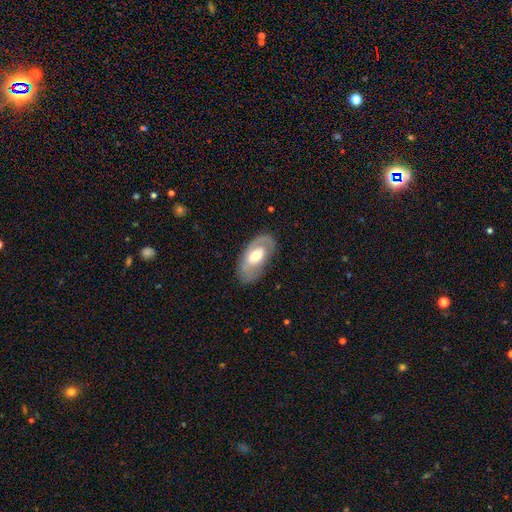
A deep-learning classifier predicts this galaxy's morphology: smooth-or-featured: featured or disk: 59% | smooth: 36% | star or artifact: 6%
  disk-edge-on: no: 91% | yes: 9%
    bar: no: 57% | weak: 33% | strong: 11%
    has-spiral-arms: yes: 61% | no: 39%
    bulge-size: moderate: 62% | large: 20% | small: 15% | dominant: 2% | none: 1%
  merging: none: 70% | minor disturbance: 19% | major disturbance: 10% | merger: 1%